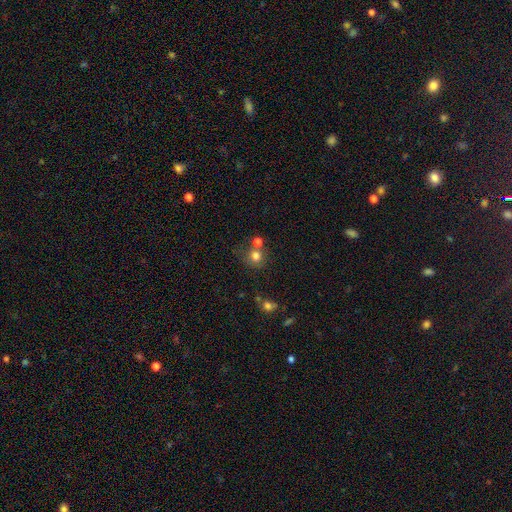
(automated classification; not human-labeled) smooth 77%, star or artifact 14%, featured or disk 9%. Down the decision tree: how rounded — round (87%); merging — none (59%).